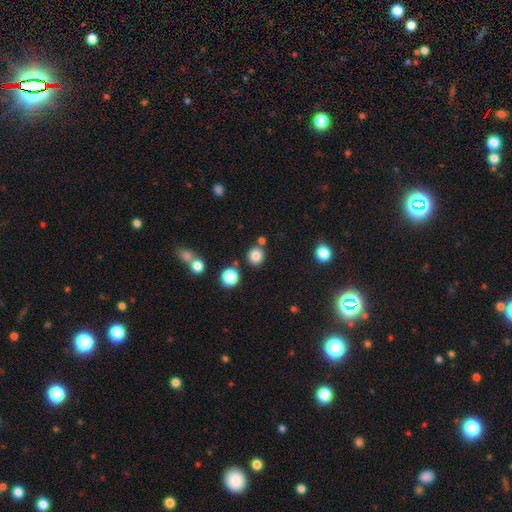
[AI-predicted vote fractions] Smooth or featured? smooth (83%)
How rounded? round (89%)
Merging? none (81%)